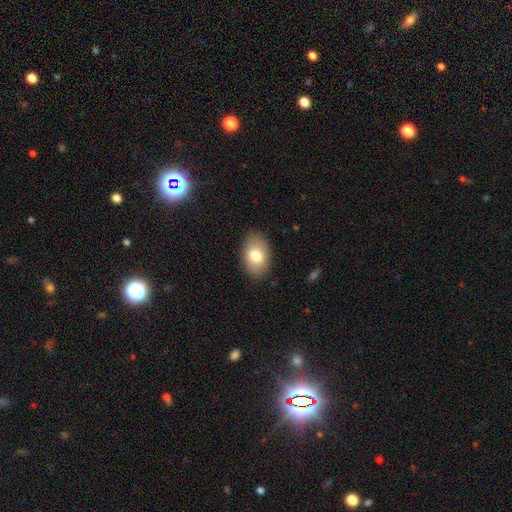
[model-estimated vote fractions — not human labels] This appears to be a smooth galaxy with no disk features (78%) that is in between round and cigar-shaped (89%). Merging: none (86%).